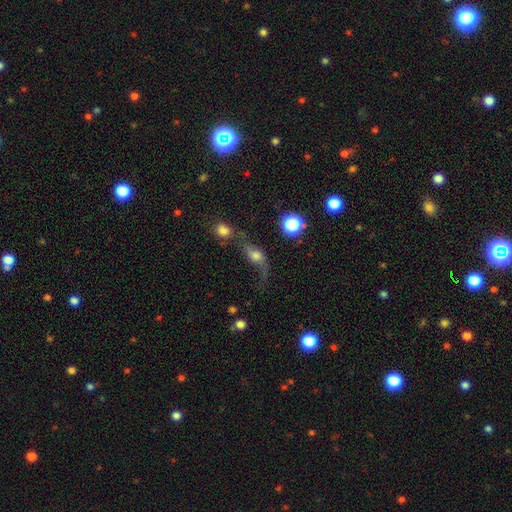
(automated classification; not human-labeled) Overall: featured or disk (44%; smooth 43%). Merging: none (31%; major disturbance 28%).